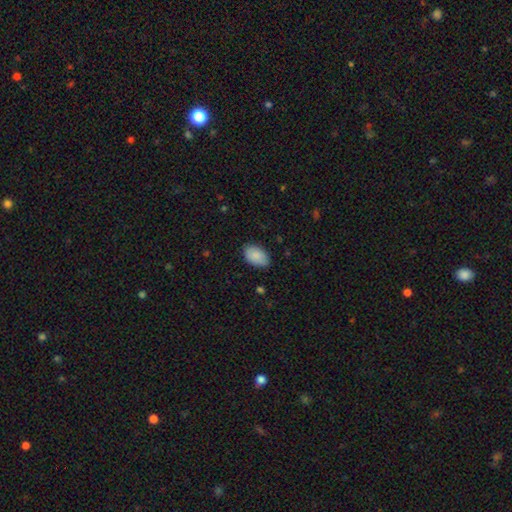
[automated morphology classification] type=smooth (89%); roundness=in between (92%); merging=none (82%).